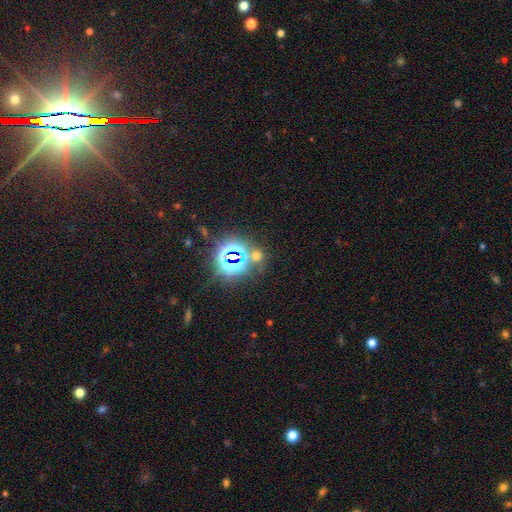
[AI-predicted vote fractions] Smooth or featured? star or artifact (62%)